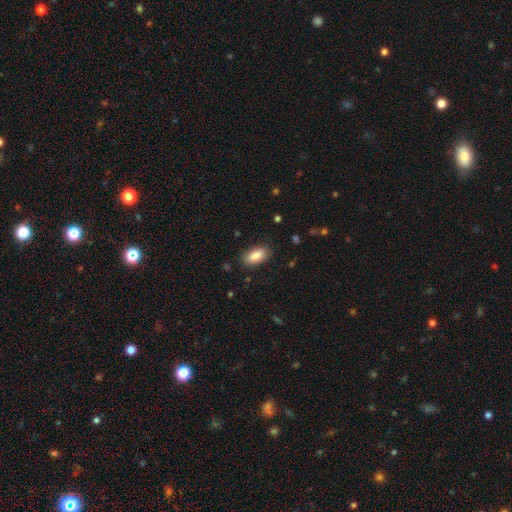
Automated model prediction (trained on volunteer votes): Smooth or featured? smooth (88%)
How rounded? in between (90%)
Merging? none (86%)